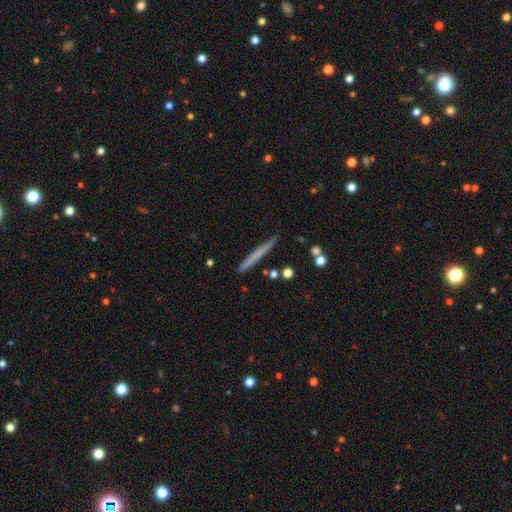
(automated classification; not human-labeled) smooth_or_featured: smooth (p=0.58) [alt: featured or disk p=0.36]
how_rounded: cigar-shaped (p=0.97) [alt: in between p=0.02]
merging: none (p=0.89) [alt: minor disturbance p=0.08]